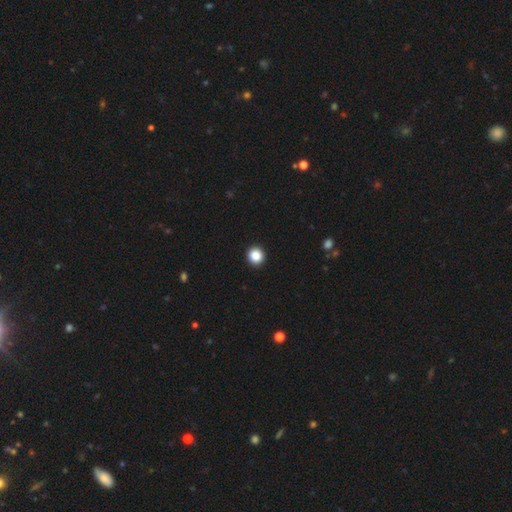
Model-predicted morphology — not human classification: type=smooth (86%); roundness=round (93%); merging=none (94%).